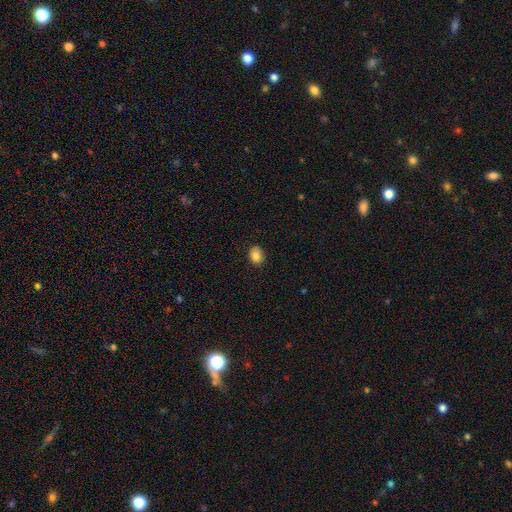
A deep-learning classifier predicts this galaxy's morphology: Smooth or featured? Predicted: smooth (p=0.85). How rounded? Predicted: in between (p=0.55). Merging? Predicted: none (p=0.87).